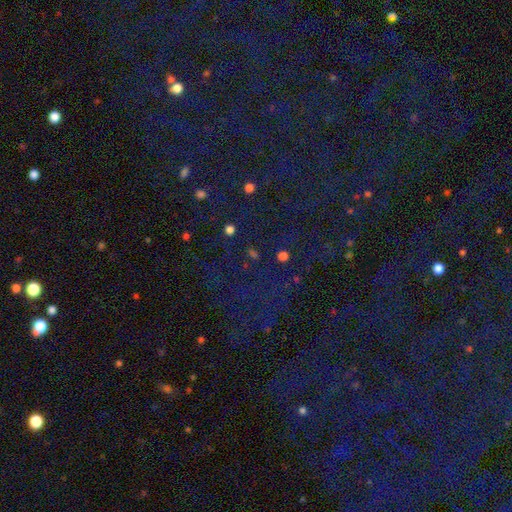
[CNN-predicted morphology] This is clearly a star or artifact rather than a galaxy (85%).